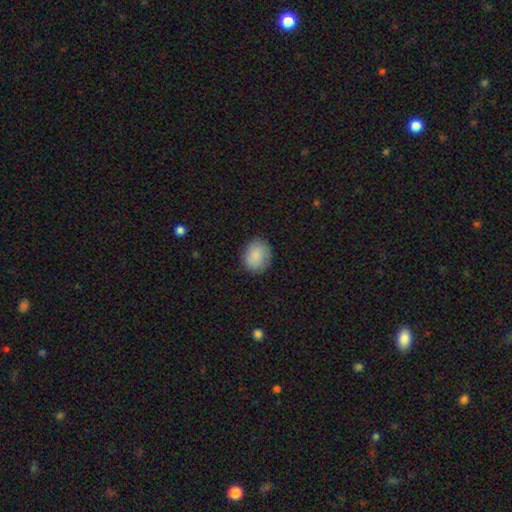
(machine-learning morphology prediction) smooth 86%, star or artifact 7%, featured or disk 7%. Down the decision tree: how rounded — round (69%); merging — none (85%).